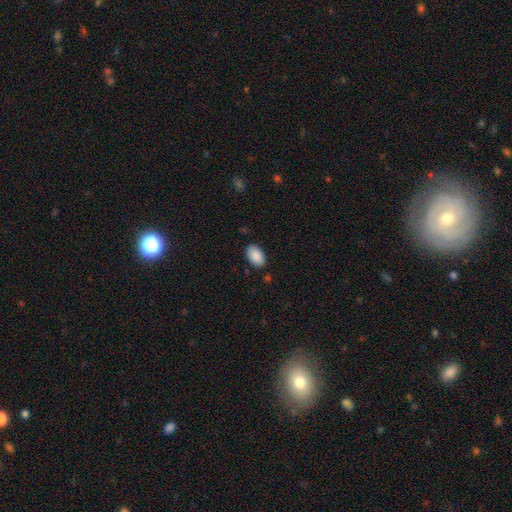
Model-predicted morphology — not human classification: A smooth galaxy with no disk features (90%) that is in between round and cigar-shaped (93%). Merging: none (86%).